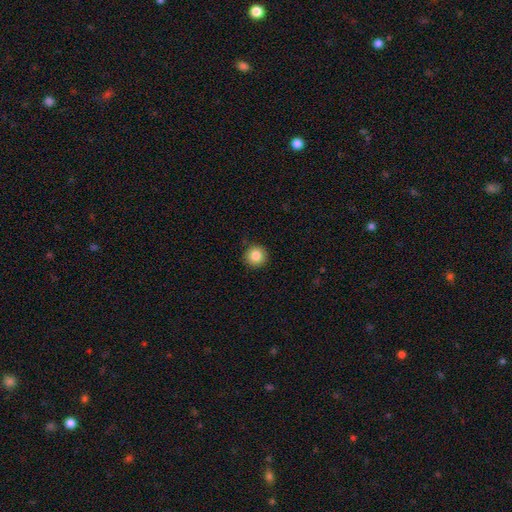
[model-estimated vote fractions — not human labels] This appears to be a smooth galaxy with no disk features (85%) that is round (95%). Merging: none (91%).